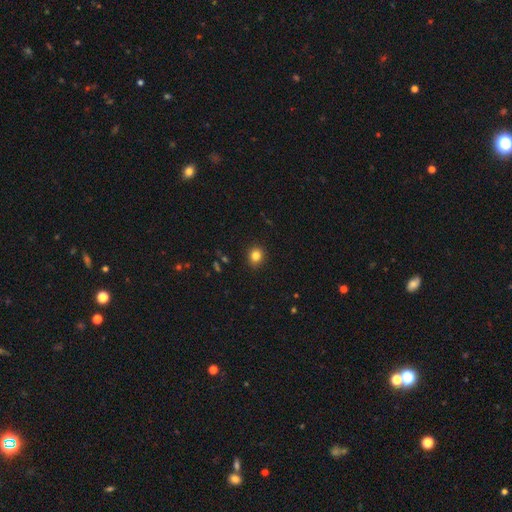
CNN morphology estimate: Smooth or featured: smooth — 83% (star or artifact — 12%)
How rounded: round — 79% (in between — 20%)
Merging: none — 91% (minor disturbance — 6%)